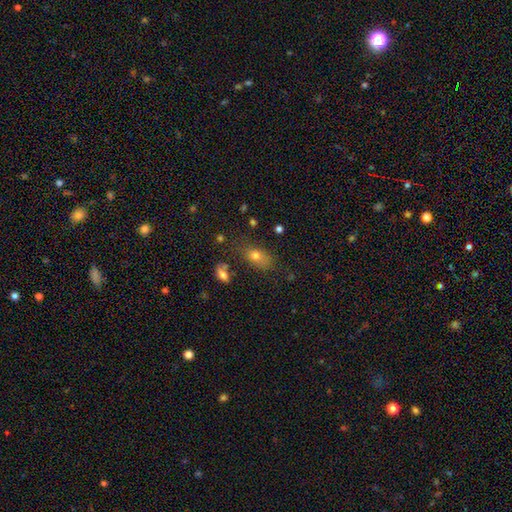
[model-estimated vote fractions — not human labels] Smooth or featured? smooth (72%)
How rounded? in between (80%)
Merging? none (66%)